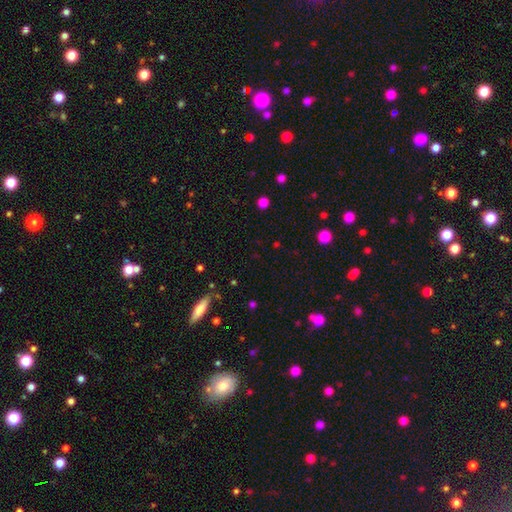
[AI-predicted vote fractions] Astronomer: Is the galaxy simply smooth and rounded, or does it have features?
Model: star or artifact — 47% (runner-up: smooth, 43%).